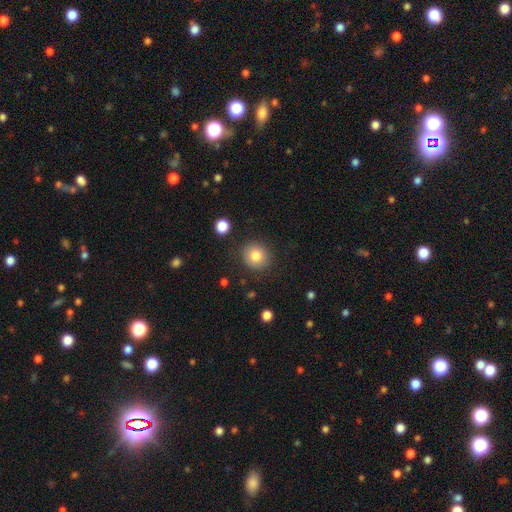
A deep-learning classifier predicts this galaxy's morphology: smooth-or-featured: smooth: 81% | star or artifact: 10% | featured or disk: 9%
  how-rounded: round: 86% | in between: 13% | cigar-shaped: 1%
  merging: none: 87% | minor disturbance: 9% | major disturbance: 3% | merger: 2%